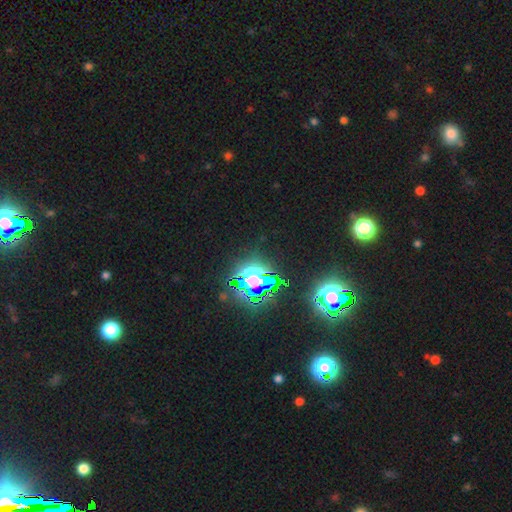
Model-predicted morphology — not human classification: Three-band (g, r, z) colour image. It shows a star or artifact, not a galaxy (76%).